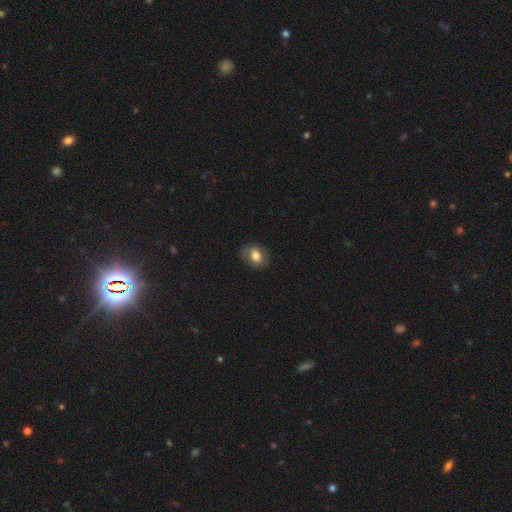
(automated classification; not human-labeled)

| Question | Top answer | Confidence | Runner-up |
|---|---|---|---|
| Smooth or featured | smooth | 73% | featured or disk (19%) |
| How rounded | in between | 60% | round (39%) |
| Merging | none | 82% | minor disturbance (13%) |